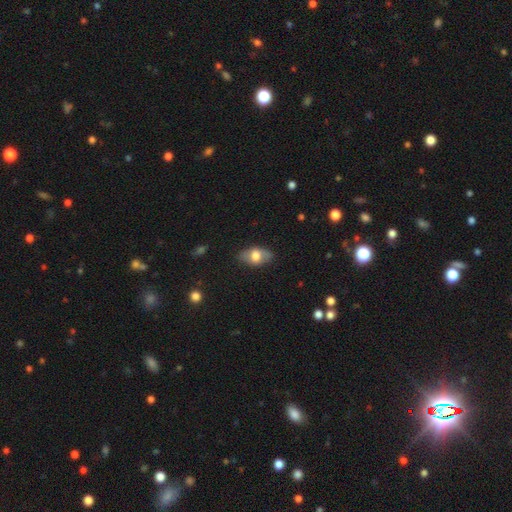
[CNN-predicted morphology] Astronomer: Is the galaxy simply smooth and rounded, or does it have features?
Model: smooth — 62%.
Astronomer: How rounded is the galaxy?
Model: in between — 89%.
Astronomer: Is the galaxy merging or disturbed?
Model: none — 78%.